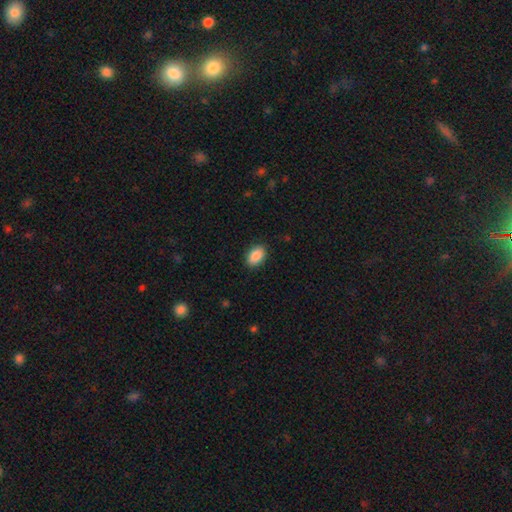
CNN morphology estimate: type=smooth (89%); roundness=in between (88%); merging=none (89%).